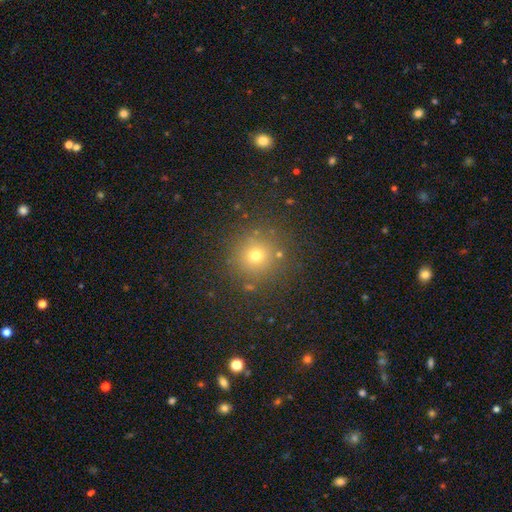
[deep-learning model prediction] A smooth galaxy with no disk features (70%) that is round (93%). Merging: none (86%).